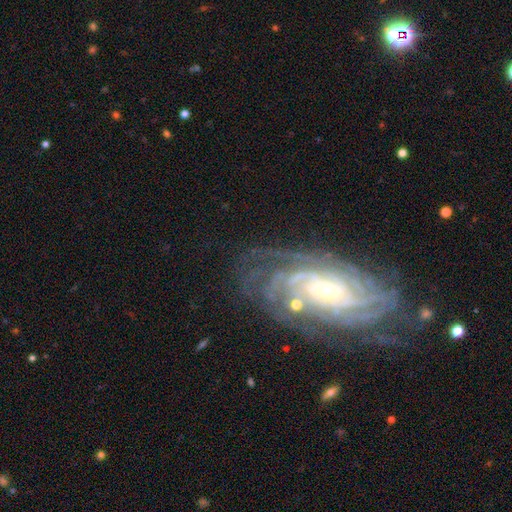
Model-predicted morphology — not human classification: Smooth or featured?
  - featured or disk: 86% *
  - star or artifact: 8%
  - smooth: 7%
Edge-on disk?
  - no: 94% *
  - yes: 6%
Bar?
  - no: 55% *
  - weak: 32%
  - strong: 14%
Spiral arms?
  - yes: 97% *
  - no: 3%
Spiral winding?
  - tight: 76% *
  - medium: 20%
  - loose: 4%
Spiral arm count?
  - can't tell: 30% *
  - 4: 20%
  - more than 4: 20%
  - 3: 13%
  - 2: 10%
  - 1: 7%
Bulge size?
  - small: 56% *
  - moderate: 35%
  - large: 5%
  - none: 3%
  - dominant: 1%
Merging?
  - none: 79% *
  - minor disturbance: 14%
  - major disturbance: 5%
  - merger: 2%